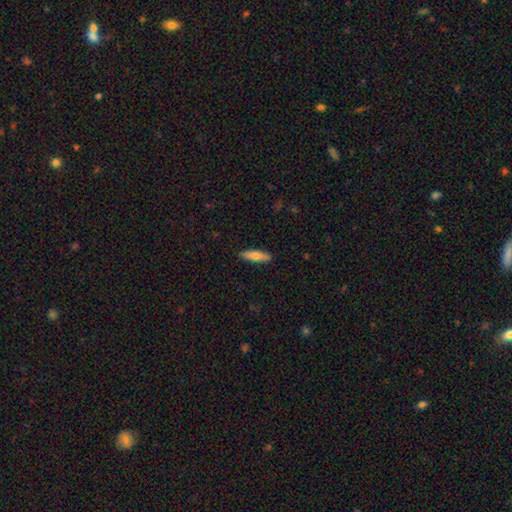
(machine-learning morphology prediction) Overall: smooth (72%). How rounded: cigar-shaped (65%; in between 33%). Merging: none (89%).